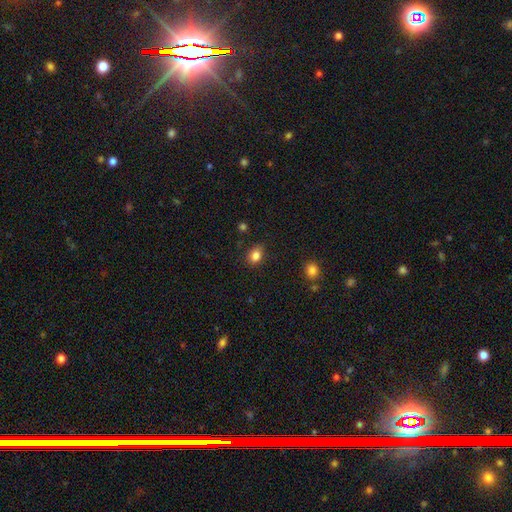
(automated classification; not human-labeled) Overall: smooth (84%). How rounded: in between (59%; round 40%). Merging: none (81%).